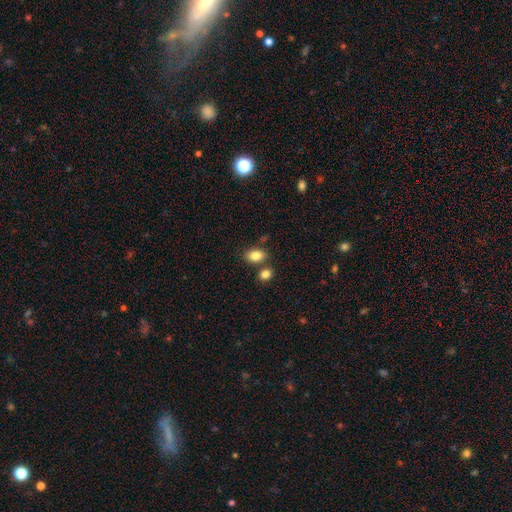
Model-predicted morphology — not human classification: Q: Smooth or featured?
A: smooth (84%); runner-up: star or artifact (9%)
Q: How rounded?
A: in between (79%); runner-up: round (20%)
Q: Merging?
A: none (69%); runner-up: merger (16%)